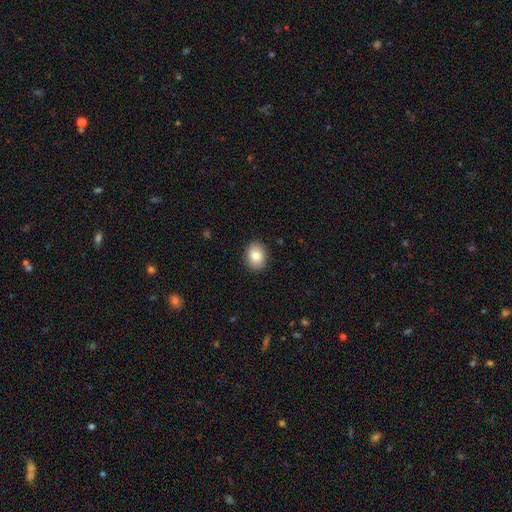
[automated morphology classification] smooth_or_featured: smooth (p=0.83) [alt: featured or disk p=0.09]
how_rounded: in between (p=0.52) [alt: round p=0.48]
merging: none (p=0.89) [alt: minor disturbance p=0.08]